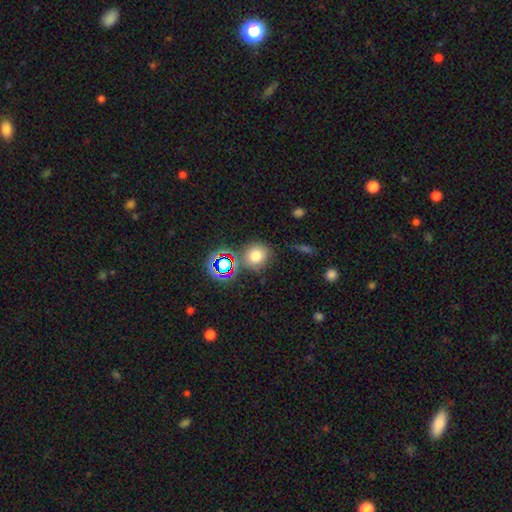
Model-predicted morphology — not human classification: A smooth galaxy with no disk features (70%) that is round (85%).

Vote fractions:
- Smooth or featured? smooth: 70% / star or artifact: 22% / featured or disk: 8%
- How rounded? round: 85% / in between: 14% / cigar-shaped: 1%
- Merging? none: 75% / minor disturbance: 11% / merger: 9% / major disturbance: 4%